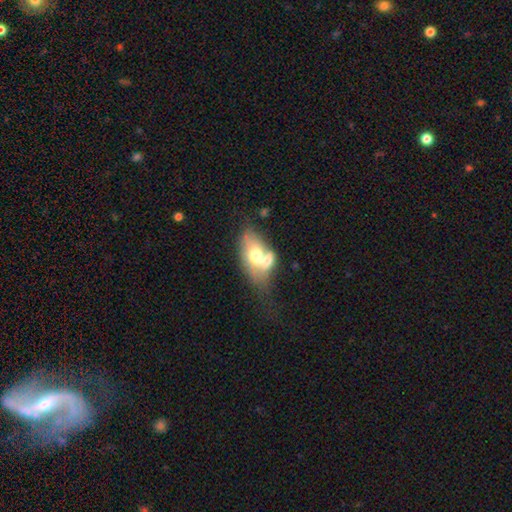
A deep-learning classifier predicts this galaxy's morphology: Smooth or featured? smooth (58%)
How rounded? in between (87%)
Merging? merger (56%)